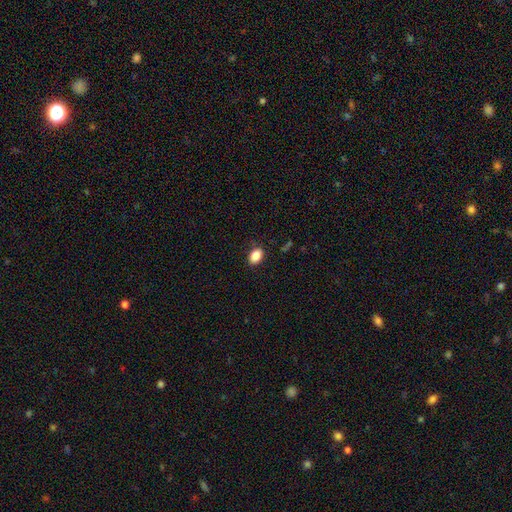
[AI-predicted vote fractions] Smooth or featured: smooth — 87% (star or artifact — 9%)
How rounded: in between — 85% (round — 14%)
Merging: none — 85% (minor disturbance — 11%)